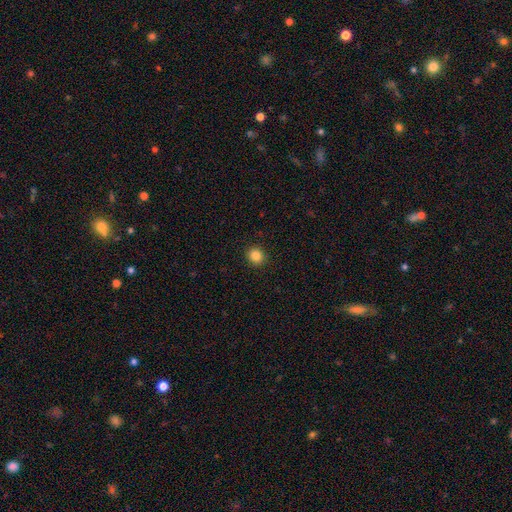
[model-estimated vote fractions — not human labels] smooth_or_featured: smooth (p=0.85) [alt: star or artifact p=0.11]
how_rounded: round (p=0.86) [alt: in between p=0.13]
merging: none (p=0.92) [alt: minor disturbance p=0.05]